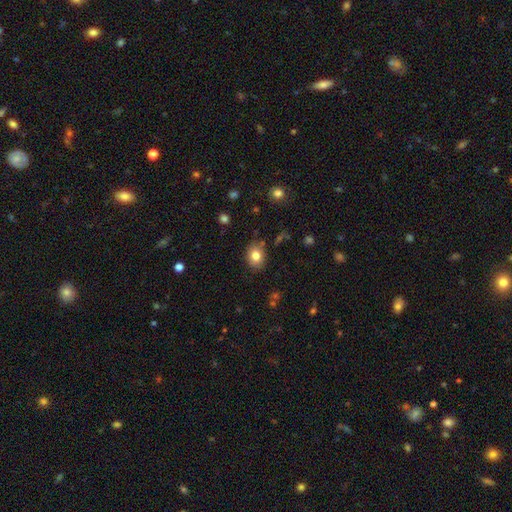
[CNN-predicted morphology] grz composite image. It shows a smooth galaxy with no disk features (81%) that is in between round and cigar-shaped (51%). Merging: none (82%).